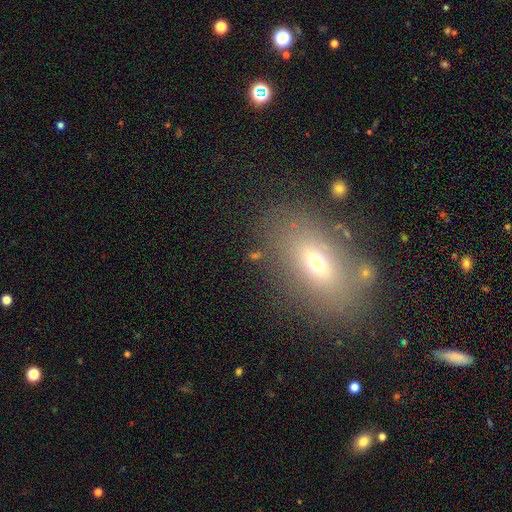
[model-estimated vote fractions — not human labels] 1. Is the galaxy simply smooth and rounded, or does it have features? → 57% smooth, 22% featured or disk, 21% star or artifact.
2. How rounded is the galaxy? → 75% in between, 17% round, 8% cigar-shaped.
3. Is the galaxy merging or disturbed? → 75% none, 13% minor disturbance, 7% major disturbance, 5% merger.